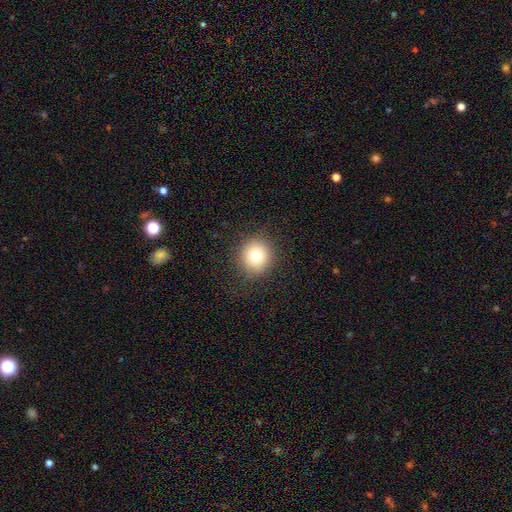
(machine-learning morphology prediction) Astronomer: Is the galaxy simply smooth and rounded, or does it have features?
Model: smooth — 76%.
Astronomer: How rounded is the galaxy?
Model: round — 92%.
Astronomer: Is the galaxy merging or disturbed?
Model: none — 89%.